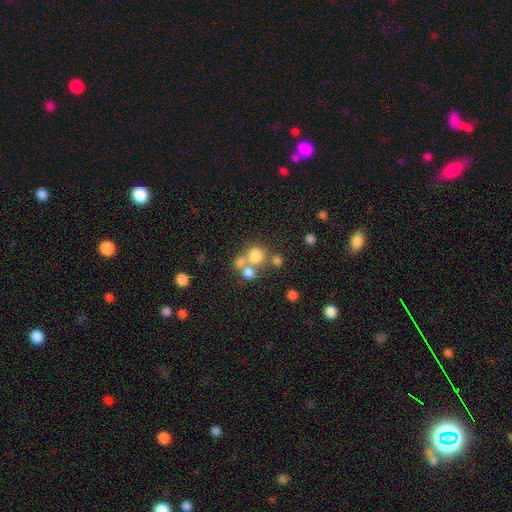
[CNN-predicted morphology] A smooth galaxy with no disk features (69%) that is round (86%).

Vote fractions:
- Smooth or featured? smooth: 69% / star or artifact: 16% / featured or disk: 15%
- How rounded? round: 86% / in between: 13% / cigar-shaped: 1%
- Merging? none: 45% / merger: 42% / minor disturbance: 8% / major disturbance: 6%